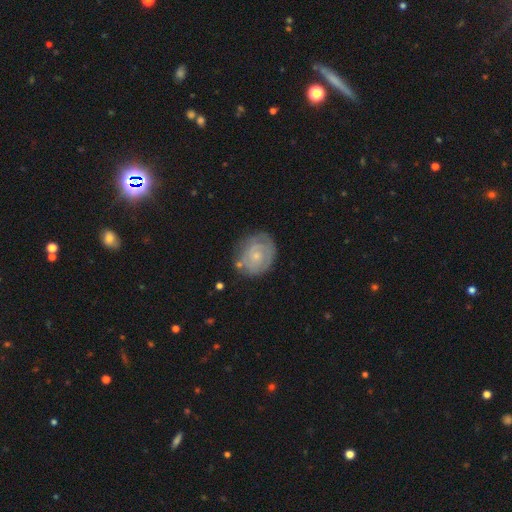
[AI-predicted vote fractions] Smooth or featured: featured or disk — 65% (smooth — 29%)
Edge-on disk: no — 98% (yes — 2%)
Bar: no — 81% (weak — 16%)
Spiral arms: yes — 75% (no — 25%)
Bulge size: small — 72% (moderate — 22%)
Merging: none — 68% (minor disturbance — 21%)